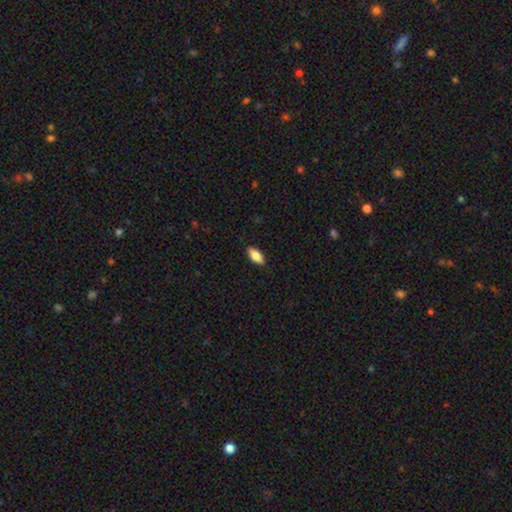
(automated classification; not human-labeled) smooth 79%, featured or disk 15%, star or artifact 7%. Down the decision tree: how rounded — in between (85%); merging — none (89%).